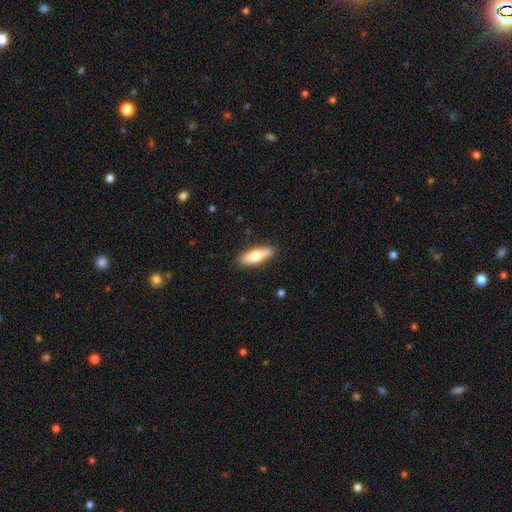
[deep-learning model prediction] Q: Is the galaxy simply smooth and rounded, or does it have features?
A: smooth — 65%.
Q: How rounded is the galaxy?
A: in between — 52%.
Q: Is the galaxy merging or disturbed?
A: none — 88%.